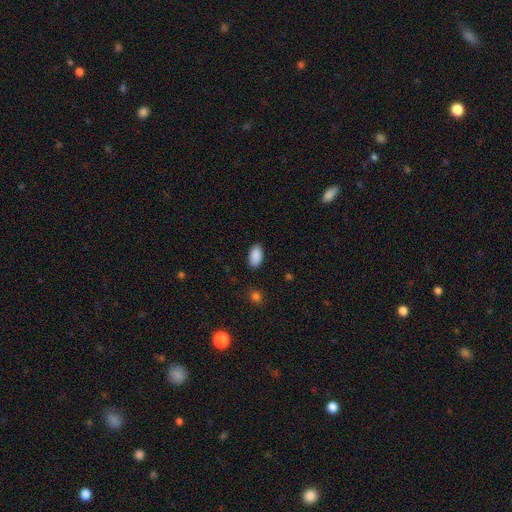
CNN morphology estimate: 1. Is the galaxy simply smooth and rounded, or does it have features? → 90% smooth, 7% star or artifact, 3% featured or disk.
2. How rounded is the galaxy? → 95% in between, 3% round, 2% cigar-shaped.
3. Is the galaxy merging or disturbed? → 87% none, 9% minor disturbance, 2% major disturbance, 1% merger.